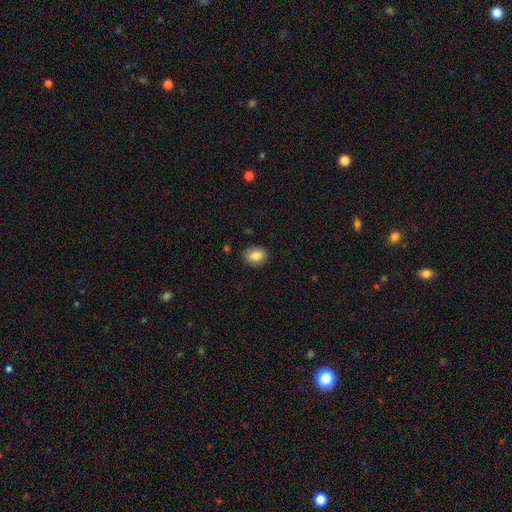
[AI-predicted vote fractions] This is clearly a smooth galaxy (86%). How rounded: likely in between (70%). Merging: clearly none (87%).